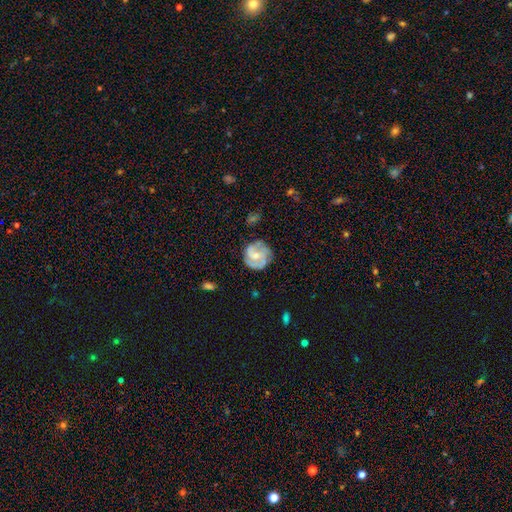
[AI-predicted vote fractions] A featured or disk galaxy (67%) with no bar (55%), 2 (38%) tight (43%) spiral arms (85%) and a small central bulge (47%). Merging: none (71%).